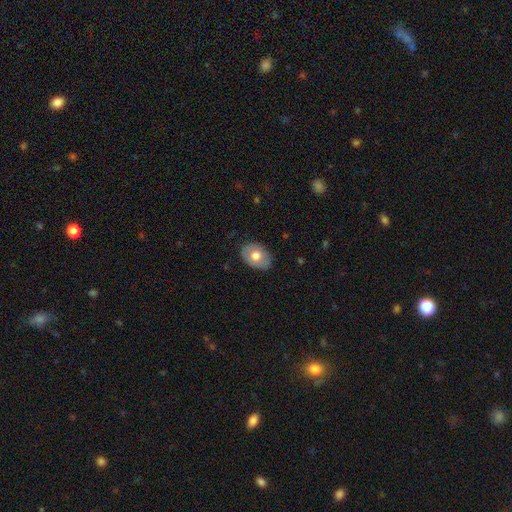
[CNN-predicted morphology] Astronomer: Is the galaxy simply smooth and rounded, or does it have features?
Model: smooth — 67%.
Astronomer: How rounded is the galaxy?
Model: in between — 79%.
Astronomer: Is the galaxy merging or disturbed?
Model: none — 84%.